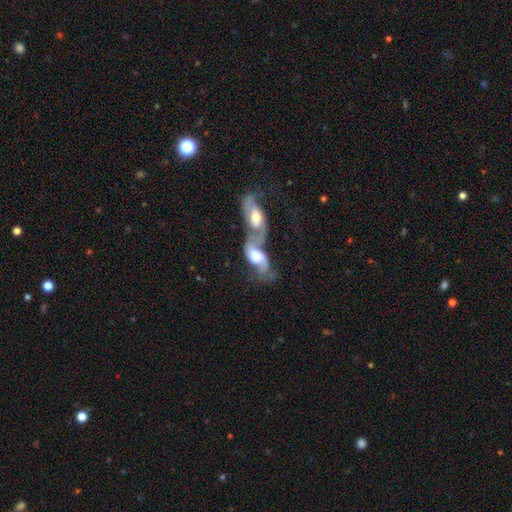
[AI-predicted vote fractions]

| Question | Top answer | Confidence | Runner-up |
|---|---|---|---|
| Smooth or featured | featured or disk | 58% | smooth (34%) |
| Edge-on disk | no | 91% | yes (9%) |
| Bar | no | 56% | weak (32%) |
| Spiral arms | yes | 78% | no (22%) |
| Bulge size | large | 38% | tied: moderate (38%) |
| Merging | merger | 79% | major disturbance (8%) |